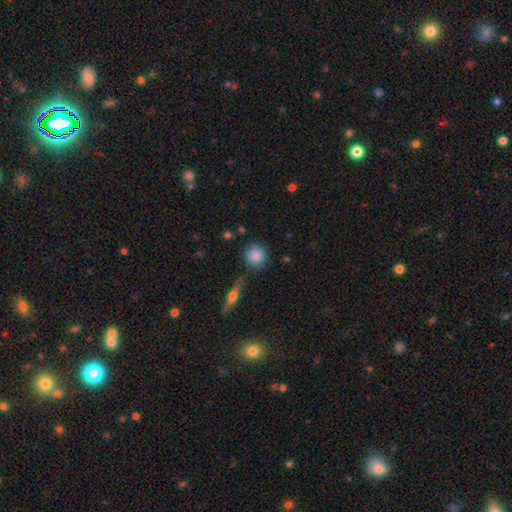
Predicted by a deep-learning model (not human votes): This appears to be a smooth galaxy with no disk features (84%) that is round (88%). Merging: none (78%).